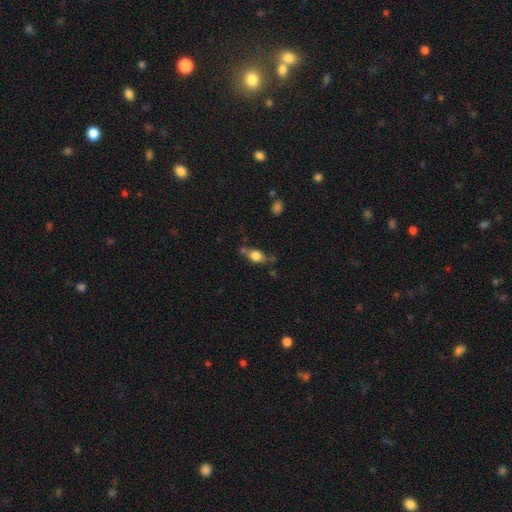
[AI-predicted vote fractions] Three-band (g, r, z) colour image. It shows a smooth galaxy with no disk features (65%) that is in between round and cigar-shaped (66%). Merging: none (56%).